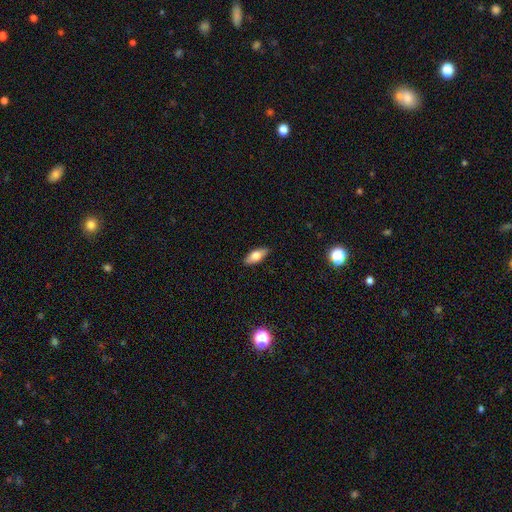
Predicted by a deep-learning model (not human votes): smooth_or_featured: smooth (p=0.69) [alt: featured or disk p=0.24]
how_rounded: in between (p=0.77) [alt: cigar-shaped p=0.20]
merging: none (p=0.88) [alt: minor disturbance p=0.09]